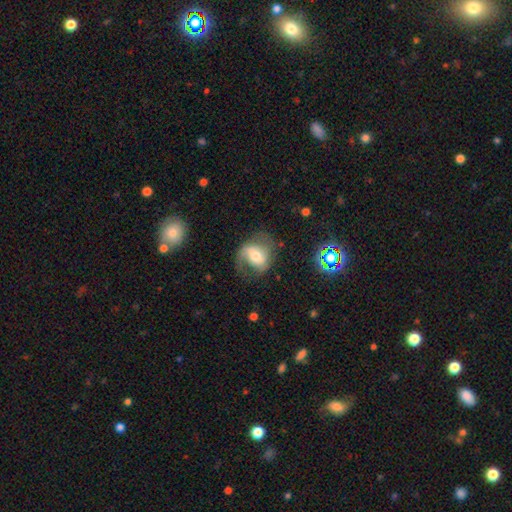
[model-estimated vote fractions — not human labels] featured or disk 62%, smooth 29%, star or artifact 9%. Down the decision tree: edge-on disk — no (96%); bar — weak (41%); spiral arms — yes (85%); spiral arm count — 2 (68%); spiral winding — medium (45%); bulge size — moderate (59%); merging — none (54%).